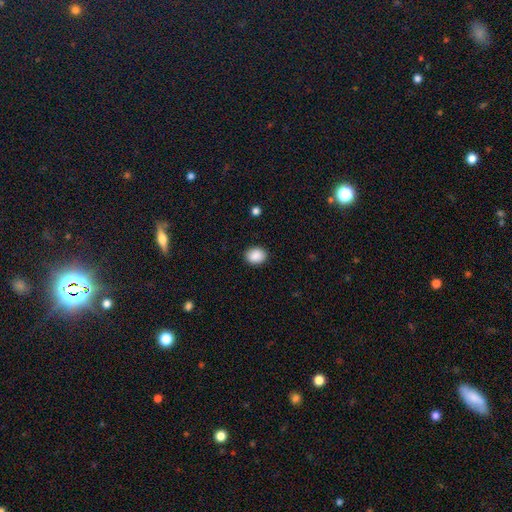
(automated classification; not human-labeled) Smooth or featured?
  - smooth: 89% *
  - star or artifact: 8%
  - featured or disk: 3%
How rounded?
  - in between: 51% *
  - round: 49%
  - cigar-shaped: 1%
Merging?
  - none: 89% *
  - minor disturbance: 7%
  - major disturbance: 2%
  - merger: 1%